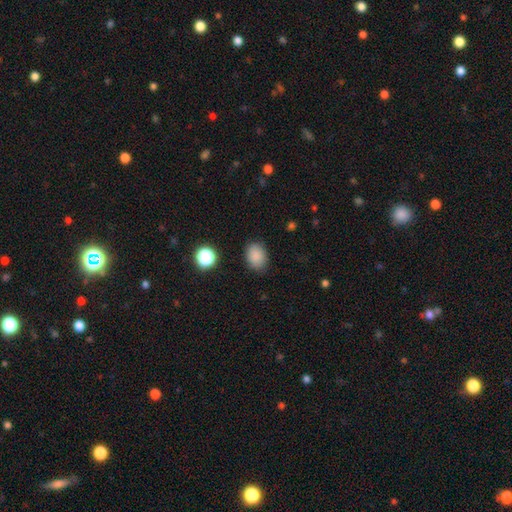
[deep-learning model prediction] smooth_or_featured: smooth (p=0.86) [alt: star or artifact p=0.10]
how_rounded: in between (p=0.66) [alt: round p=0.33]
merging: none (p=0.83) [alt: minor disturbance p=0.13]